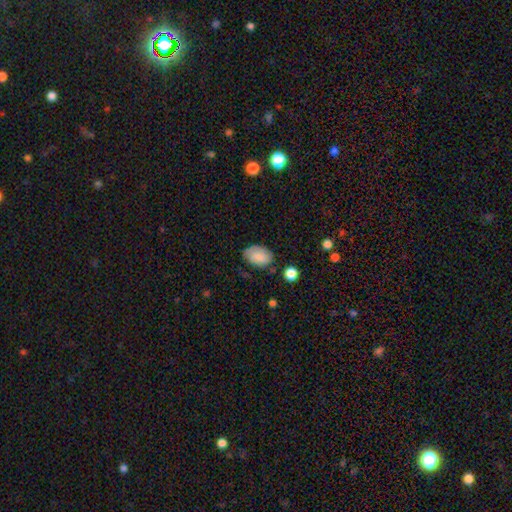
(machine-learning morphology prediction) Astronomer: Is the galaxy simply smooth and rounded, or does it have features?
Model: smooth — 78%.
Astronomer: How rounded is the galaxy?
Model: in between — 86%.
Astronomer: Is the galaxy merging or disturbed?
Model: none — 66%.